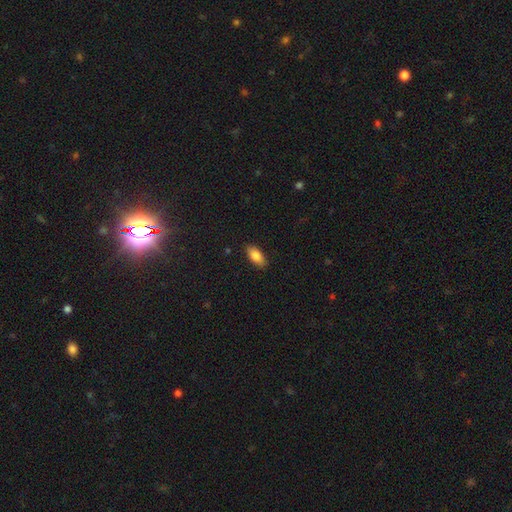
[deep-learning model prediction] The model was most divided on "smooth or featured": smooth: 84%, featured or disk: 9%, star or artifact: 7%. More confident: how rounded — in between (89%); merging — none (87%).